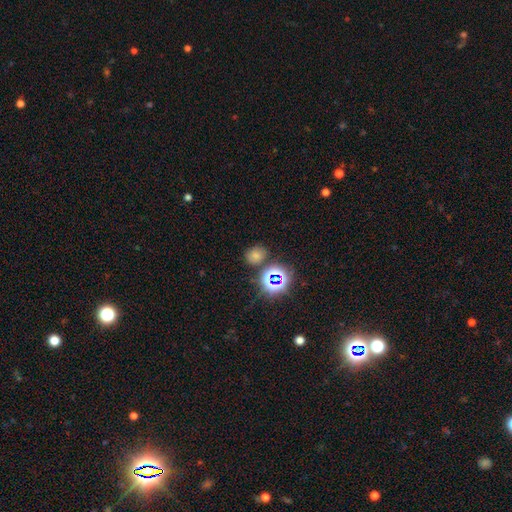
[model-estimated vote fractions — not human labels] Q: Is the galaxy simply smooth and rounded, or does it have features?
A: smooth — 63%.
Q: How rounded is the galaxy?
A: round — 57%.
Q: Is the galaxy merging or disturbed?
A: none — 76%.